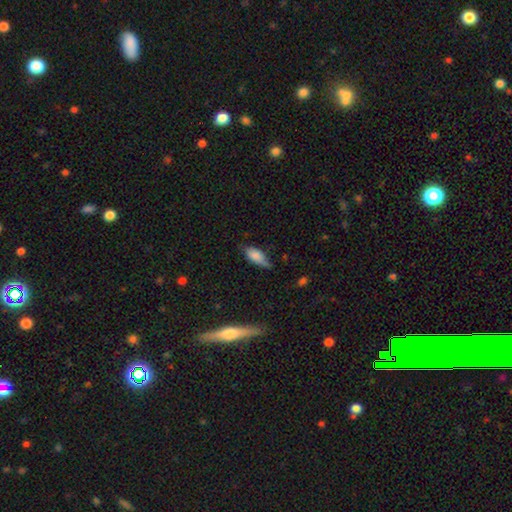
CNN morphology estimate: Smooth or featured?
  - smooth: 79% *
  - featured or disk: 14%
  - star or artifact: 7%
How rounded?
  - in between: 82% *
  - cigar-shaped: 15%
  - round: 3%
Merging?
  - none: 49% *
  - minor disturbance: 39%
  - major disturbance: 10%
  - merger: 2%